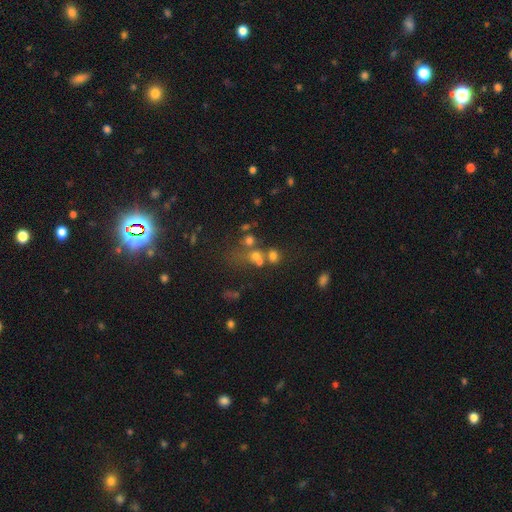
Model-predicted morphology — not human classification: smooth-or-featured: smooth: 45% | star or artifact: 34% | featured or disk: 20%
  merging: merger: 42% | none: 40% | minor disturbance: 9% | major disturbance: 9%